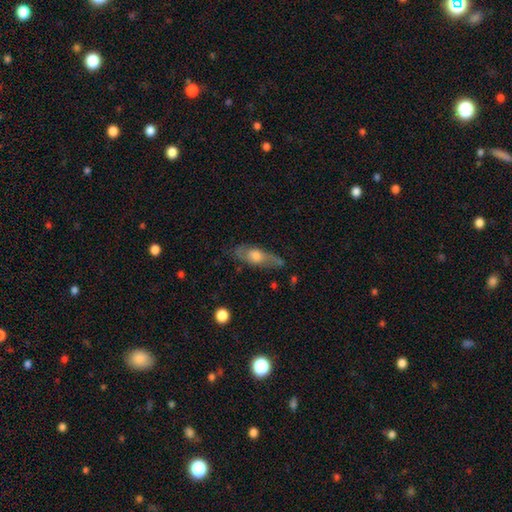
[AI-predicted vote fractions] A featured or disk galaxy (56%). Merging: none (70%).